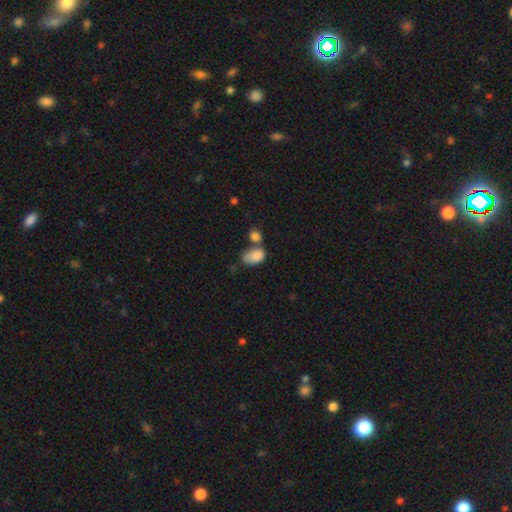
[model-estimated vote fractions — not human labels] This is clearly a smooth galaxy (85%). How rounded: clearly in between (90%). Merging: marginally merger (41%).